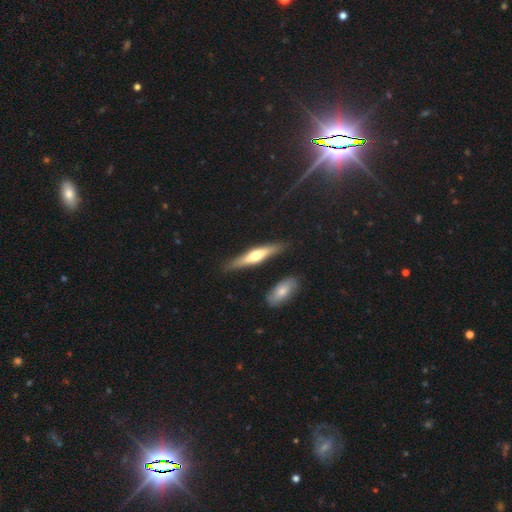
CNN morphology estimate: A featured or disk galaxy (53%) viewed edge-on (92%). Merging: none (84%).